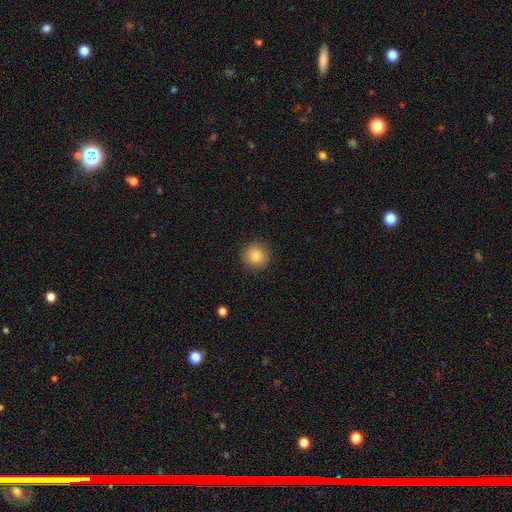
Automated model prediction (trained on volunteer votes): Morphology: type=smooth (82%); roundness=round (91%); merging=none (90%).